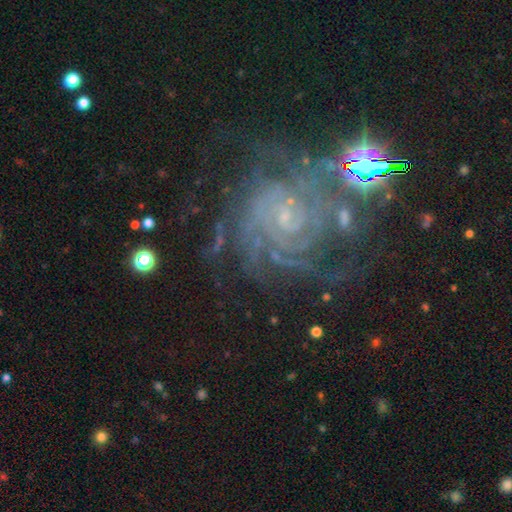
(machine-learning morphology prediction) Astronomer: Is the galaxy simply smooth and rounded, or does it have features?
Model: featured or disk — 77%.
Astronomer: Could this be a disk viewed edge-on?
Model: no — 97%.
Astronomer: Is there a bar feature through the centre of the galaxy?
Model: no — 64%.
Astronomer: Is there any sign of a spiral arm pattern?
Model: yes — 96%.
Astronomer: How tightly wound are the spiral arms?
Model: tight — 70%.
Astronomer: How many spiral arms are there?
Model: can't tell — 30% (runner-up: 4, 18%).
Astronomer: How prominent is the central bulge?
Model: small — 81%.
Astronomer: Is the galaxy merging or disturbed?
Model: none — 68%.